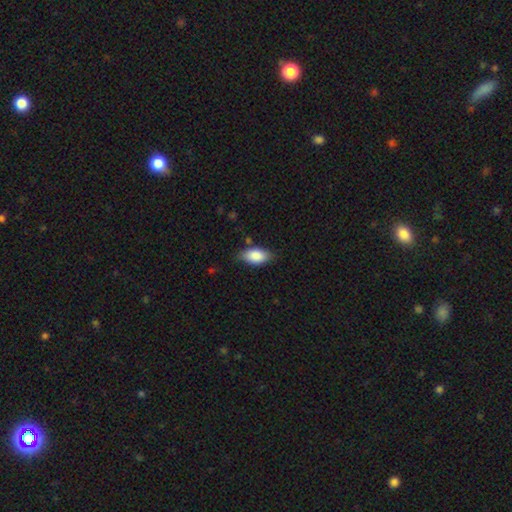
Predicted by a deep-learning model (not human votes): Q: Smooth or featured?
A: smooth (86%); runner-up: featured or disk (8%)
Q: How rounded?
A: in between (91%); runner-up: cigar-shaped (5%)
Q: Merging?
A: none (75%); runner-up: minor disturbance (19%)